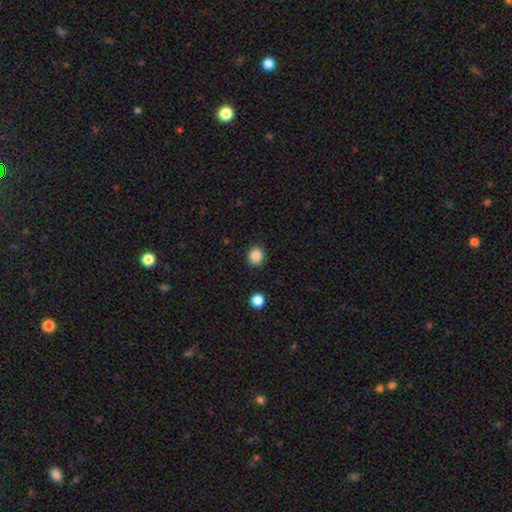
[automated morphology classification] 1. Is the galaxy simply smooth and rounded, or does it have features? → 87% smooth, 10% star or artifact, 3% featured or disk.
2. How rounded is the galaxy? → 78% round, 21% in between, 1% cigar-shaped.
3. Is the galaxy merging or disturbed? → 90% none, 7% minor disturbance, 2% major disturbance, 1% merger.